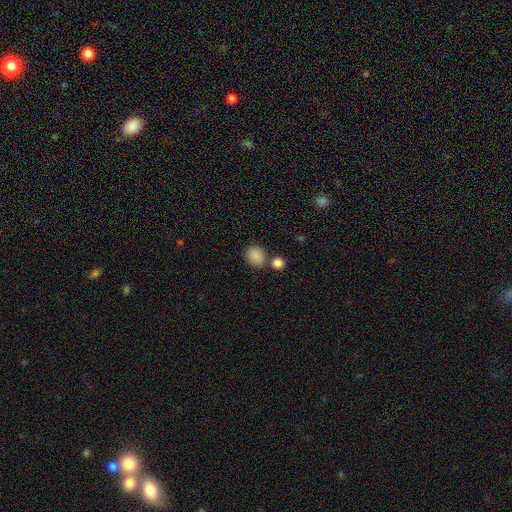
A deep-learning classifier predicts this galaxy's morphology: type=smooth (87%); roundness=round (65%); merging=none (65%).